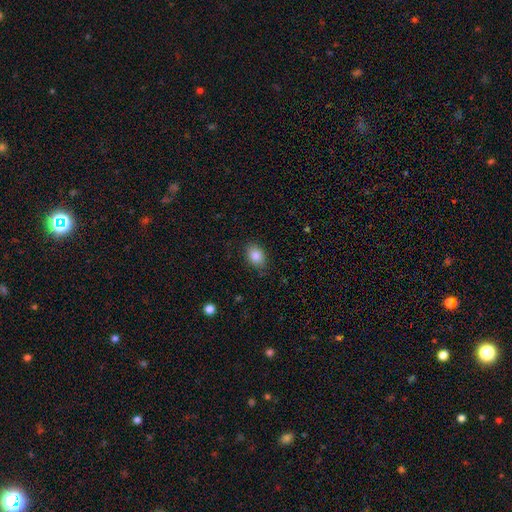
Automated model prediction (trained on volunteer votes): smooth-or-featured: smooth: 85% | star or artifact: 9% | featured or disk: 6%
  how-rounded: in between: 67% | round: 32% | cigar-shaped: 1%
  merging: none: 82% | minor disturbance: 14% | major disturbance: 3% | merger: 1%